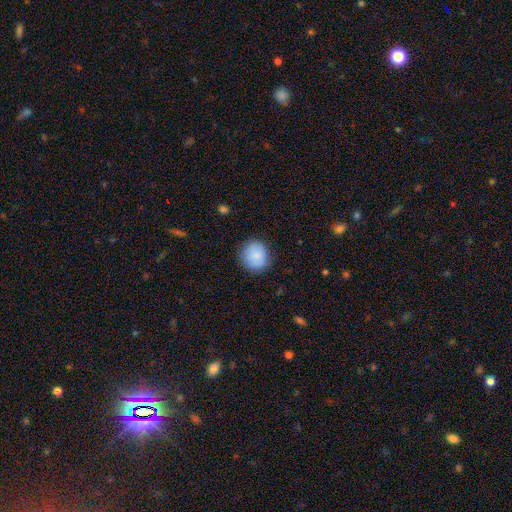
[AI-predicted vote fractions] smooth_or_featured: smooth (p=0.87) [alt: star or artifact p=0.07]
how_rounded: round (p=0.88) [alt: in between p=0.11]
merging: none (p=0.86) [alt: minor disturbance p=0.11]